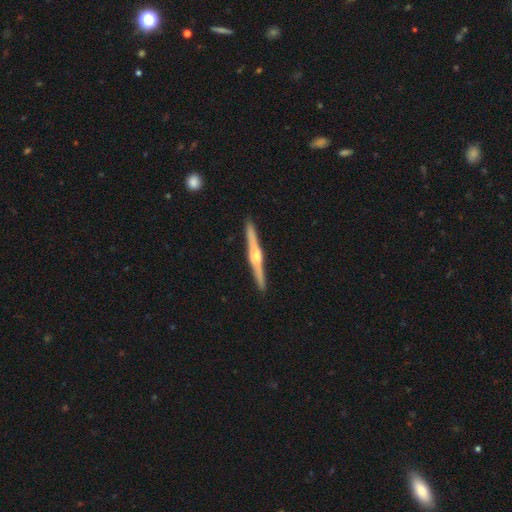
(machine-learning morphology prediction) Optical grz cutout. It shows a featured or disk galaxy (82%) viewed edge-on (98%) with a rounded central bulge (92%). Merging: none (93%).